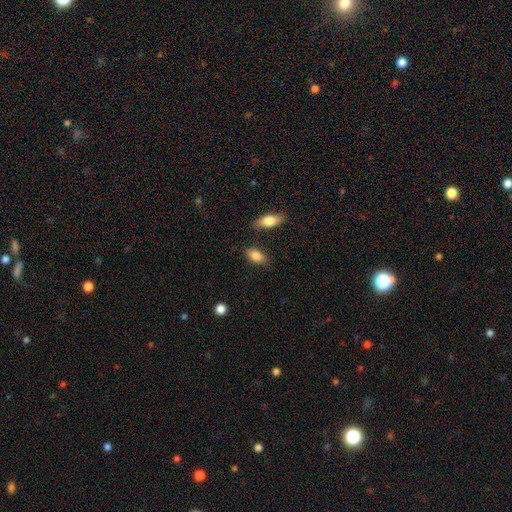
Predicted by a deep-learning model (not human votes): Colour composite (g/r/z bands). It shows a smooth galaxy with no disk features (85%) that is in between round and cigar-shaped (89%). Merging: none (79%).